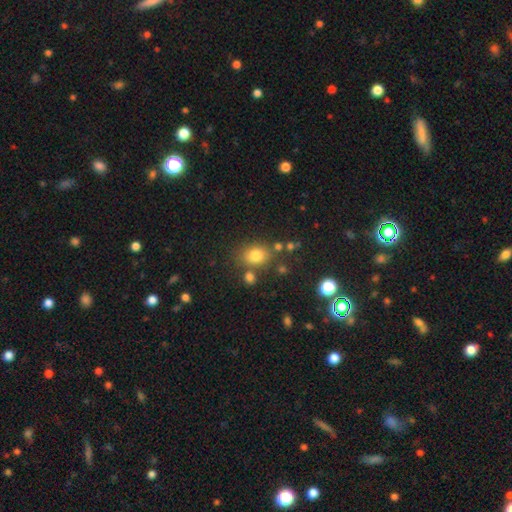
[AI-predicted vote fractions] Smooth or featured?
  - smooth: 78% *
  - star or artifact: 13%
  - featured or disk: 9%
How rounded?
  - in between: 58% *
  - round: 41%
  - cigar-shaped: 1%
Merging?
  - none: 72% *
  - minor disturbance: 13%
  - merger: 10%
  - major disturbance: 5%